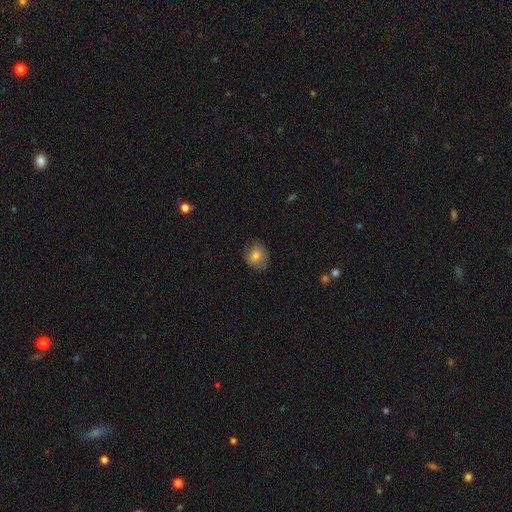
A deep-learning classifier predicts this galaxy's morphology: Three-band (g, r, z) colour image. It shows a smooth galaxy with no disk features (76%) that is round (71%). Merging: none (74%).